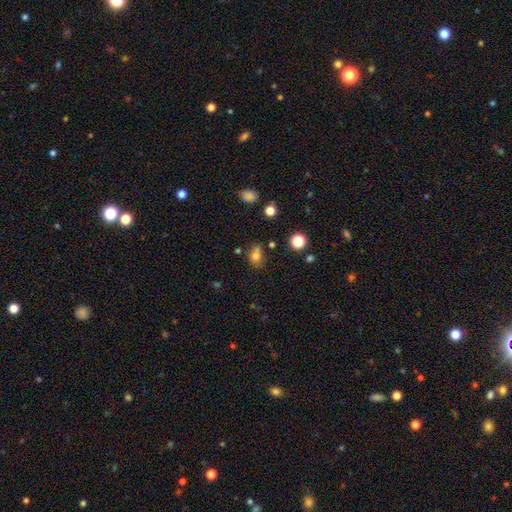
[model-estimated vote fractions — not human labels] Smooth or featured? smooth (74%)
How rounded? in between (56%)
Merging? none (57%)